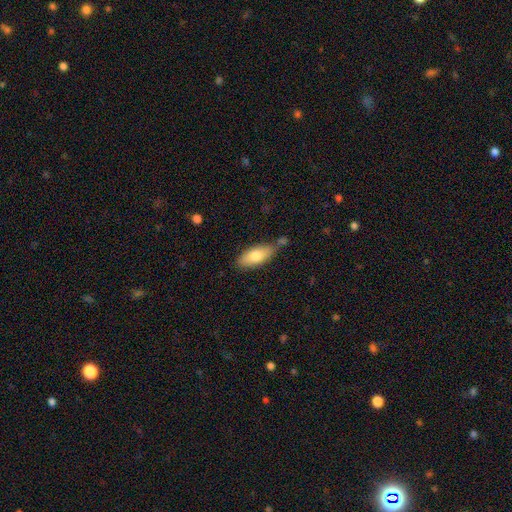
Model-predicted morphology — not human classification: Q: Smooth or featured?
A: smooth (77%); runner-up: featured or disk (16%)
Q: How rounded?
A: in between (81%); runner-up: cigar-shaped (17%)
Q: Merging?
A: none (63%); runner-up: minor disturbance (20%)